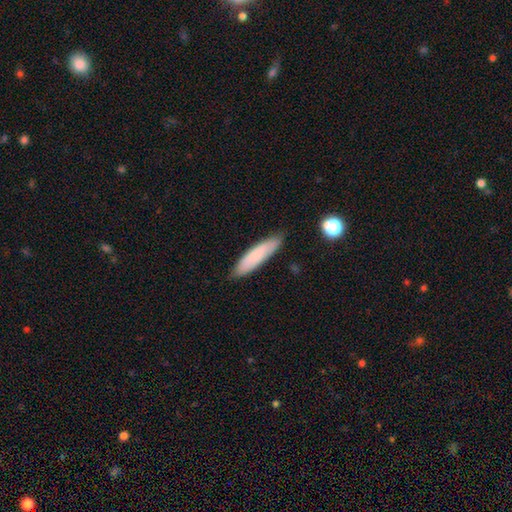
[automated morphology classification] A smooth galaxy with no disk features (79%) that is cigar-shaped (75%). Merging: none (84%).